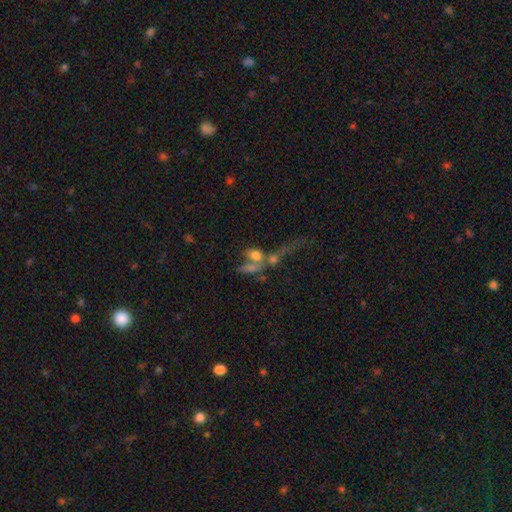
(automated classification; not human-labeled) Smooth or featured: smooth — 59% (featured or disk — 27%)
How rounded: in between — 67% (round — 25%)
Merging: merger — 59% (major disturbance — 17%)